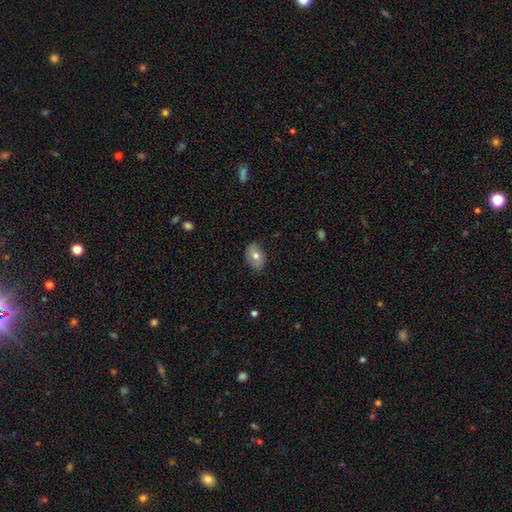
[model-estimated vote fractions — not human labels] Morphology: type=smooth (68%); roundness=in between (81%); merging=none (81%).